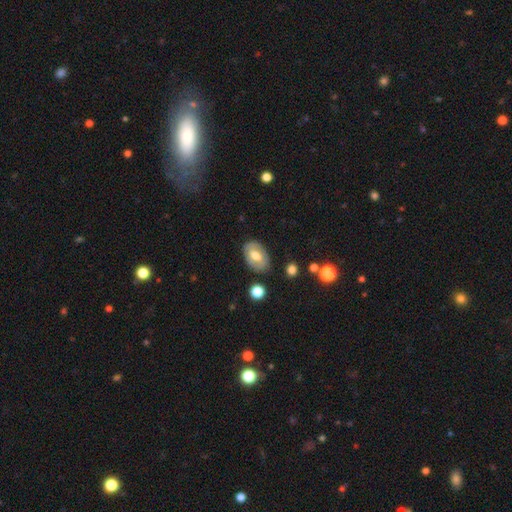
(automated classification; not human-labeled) Morphology: type=smooth (50%); roundness=in between (87%); merging=none (78%).